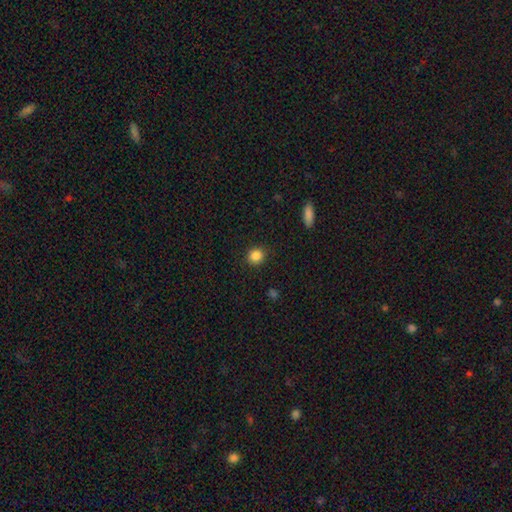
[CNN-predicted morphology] Q: Smooth or featured?
A: smooth (86%); runner-up: star or artifact (11%)
Q: How rounded?
A: round (89%); runner-up: in between (10%)
Q: Merging?
A: none (90%); runner-up: minor disturbance (6%)